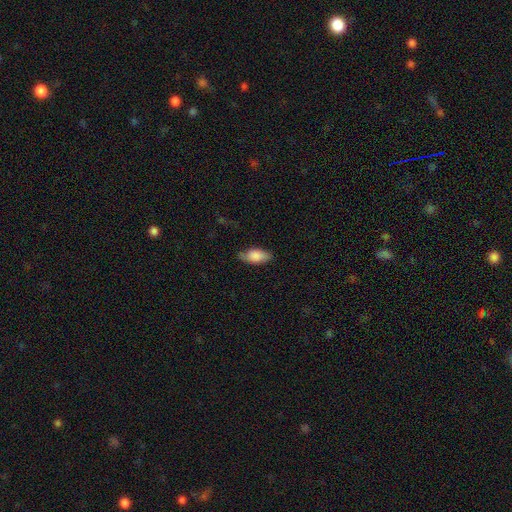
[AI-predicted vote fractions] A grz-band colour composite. It shows a smooth galaxy with no disk features (83%) that is in between round and cigar-shaped (88%). Merging: none (74%).